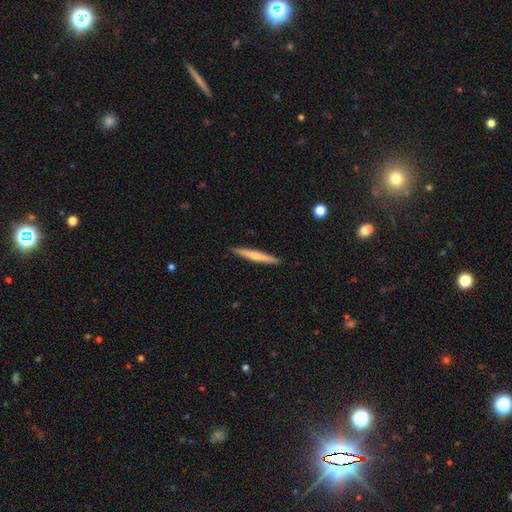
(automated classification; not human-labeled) The model was most divided on "smooth or featured": smooth: 55%, featured or disk: 39%, star or artifact: 5%. More confident: how rounded — cigar-shaped (96%); merging — none (91%).